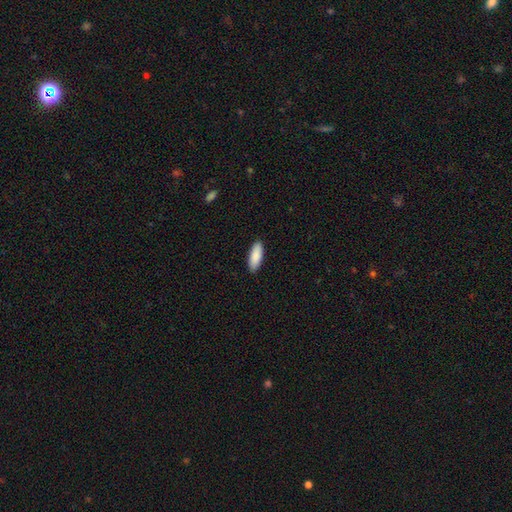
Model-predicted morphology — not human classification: A smooth galaxy with no disk features (90%) that is in between round and cigar-shaped (72%).

Vote fractions:
- Smooth or featured? smooth: 90% / star or artifact: 5% / featured or disk: 5%
- How rounded? in between: 72% / cigar-shaped: 26% / round: 2%
- Merging? none: 90% / minor disturbance: 7% / major disturbance: 2% / merger: 1%